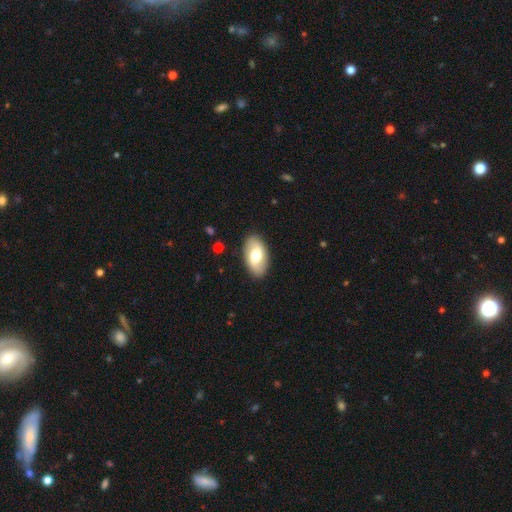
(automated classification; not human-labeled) Smooth or featured? Predicted: smooth (p=0.61). How rounded? Predicted: in between (p=0.94). Merging? Predicted: none (p=0.88).